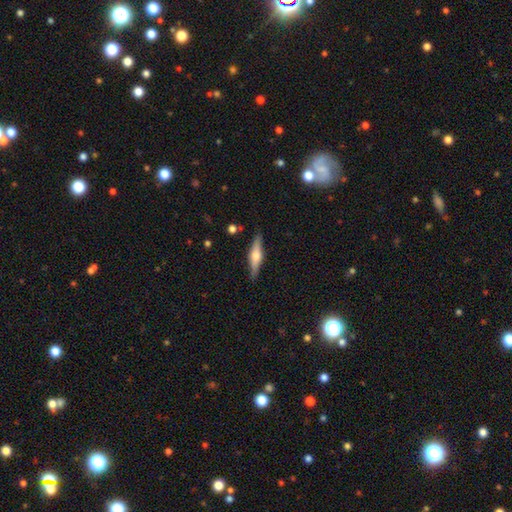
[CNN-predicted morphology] featured or disk 62%, smooth 32%, star or artifact 6%. Down the decision tree: edge-on disk — yes (96%); edge-on bulge — rounded (91%); merging — none (88%).